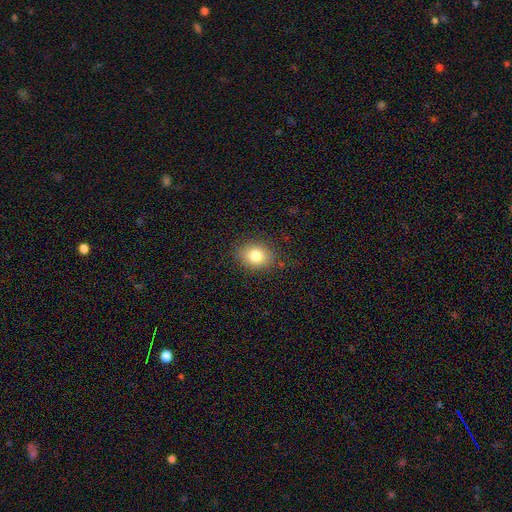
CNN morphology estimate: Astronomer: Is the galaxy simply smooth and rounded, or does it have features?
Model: smooth — 81%.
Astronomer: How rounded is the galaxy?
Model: in between — 53% (runner-up: round, 46%).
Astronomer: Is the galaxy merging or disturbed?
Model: none — 85%.